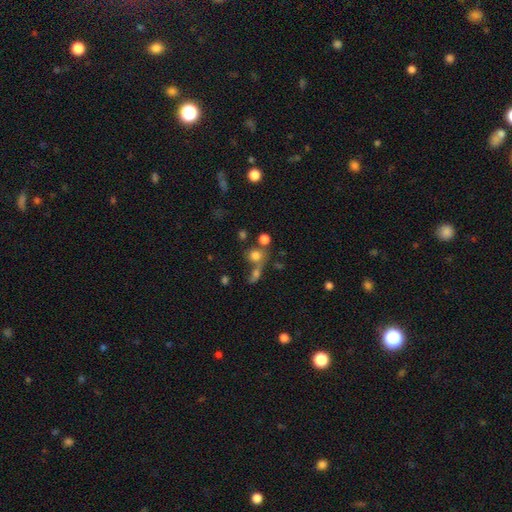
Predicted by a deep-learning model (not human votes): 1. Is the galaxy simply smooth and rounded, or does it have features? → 73% smooth, 16% star or artifact, 11% featured or disk.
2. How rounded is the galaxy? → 81% round, 18% in between, 2% cigar-shaped.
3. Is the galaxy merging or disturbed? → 48% none, 35% merger, 9% minor disturbance, 7% major disturbance.